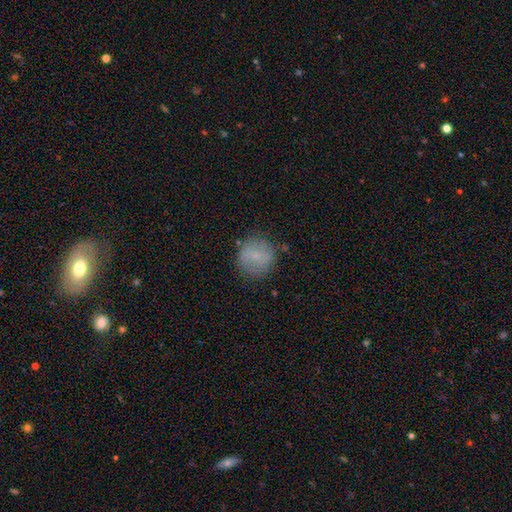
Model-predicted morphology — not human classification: Q: Smooth or featured?
A: smooth (71%); runner-up: featured or disk (19%)
Q: How rounded?
A: round (92%); runner-up: in between (7%)
Q: Merging?
A: none (81%); runner-up: minor disturbance (13%)